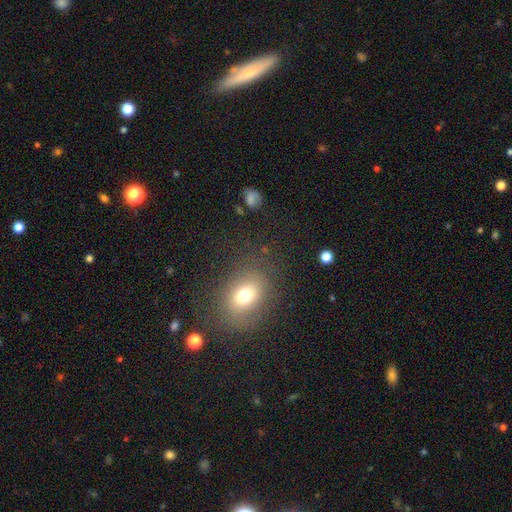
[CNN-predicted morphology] smooth-or-featured: smooth: 66% | star or artifact: 22% | featured or disk: 12%
  how-rounded: in between: 58% | round: 40% | cigar-shaped: 2%
  merging: none: 83% | minor disturbance: 10% | major disturbance: 4% | merger: 2%